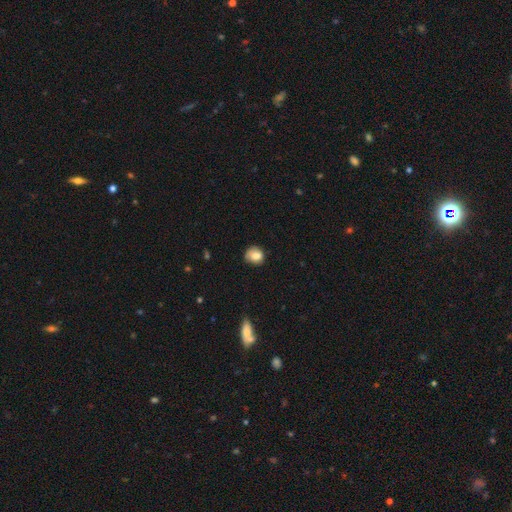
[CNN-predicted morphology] Smooth or featured: smooth — 79% (featured or disk — 12%)
How rounded: round — 73% (in between — 26%)
Merging: none — 65% (minor disturbance — 27%)